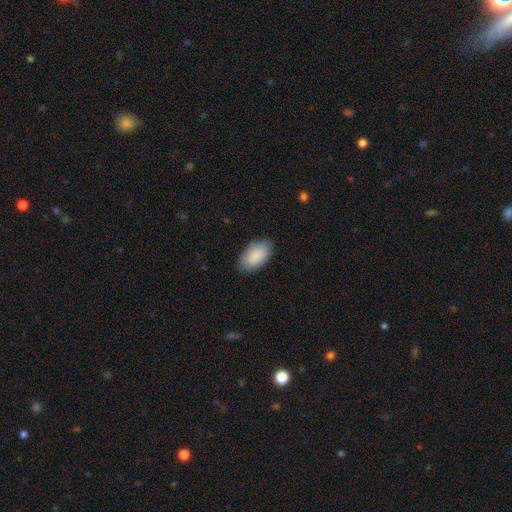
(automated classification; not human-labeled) smooth_or_featured: smooth (p=0.88) [alt: featured or disk p=0.06]
how_rounded: in between (p=0.95) [alt: round p=0.03]
merging: none (p=0.83) [alt: minor disturbance p=0.13]